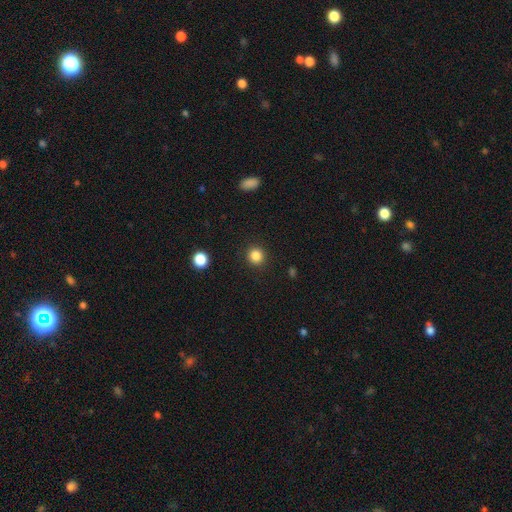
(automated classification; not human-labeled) Smooth or featured?
  - smooth: 85% *
  - star or artifact: 12%
  - featured or disk: 4%
How rounded?
  - round: 92% *
  - in between: 7%
  - cigar-shaped: 1%
Merging?
  - none: 92% *
  - minor disturbance: 5%
  - major disturbance: 2%
  - merger: 1%